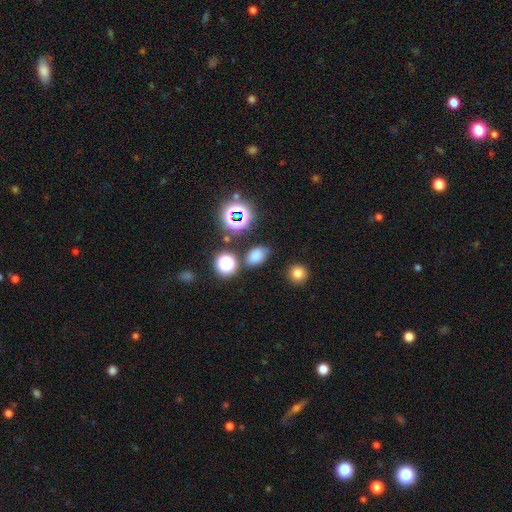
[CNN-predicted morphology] The model was most divided on "smooth or featured": smooth: 70%, star or artifact: 22%, featured or disk: 8%. More confident: how rounded — in between (79%); merging — none (72%).